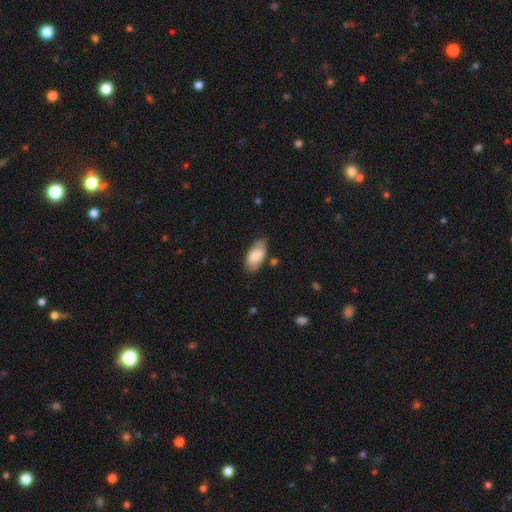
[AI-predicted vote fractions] Q: Smooth or featured?
A: smooth (80%); runner-up: featured or disk (13%)
Q: How rounded?
A: in between (93%); runner-up: cigar-shaped (4%)
Q: Merging?
A: none (70%); runner-up: minor disturbance (22%)